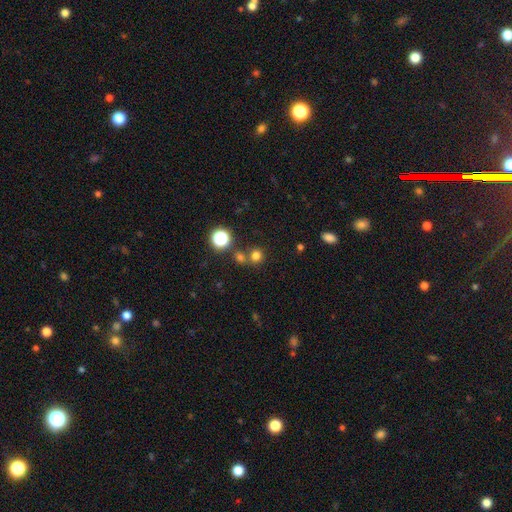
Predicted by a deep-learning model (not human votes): This appears to be a smooth galaxy with no disk features (73%) that is round (88%). Merging: none (66%).